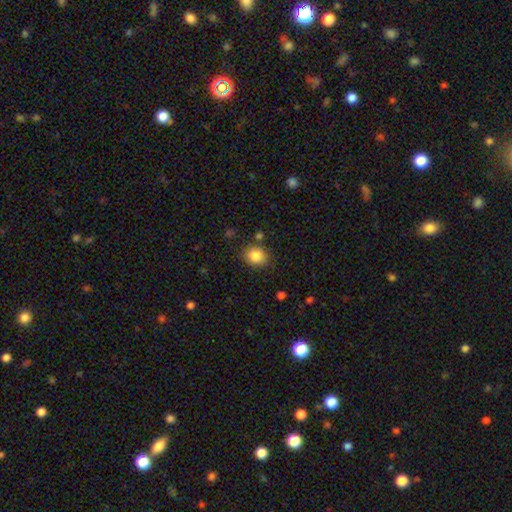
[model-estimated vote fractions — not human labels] Smooth or featured? Predicted: smooth (p=0.84). How rounded? Predicted: round (p=0.69). Merging? Predicted: none (p=0.82).